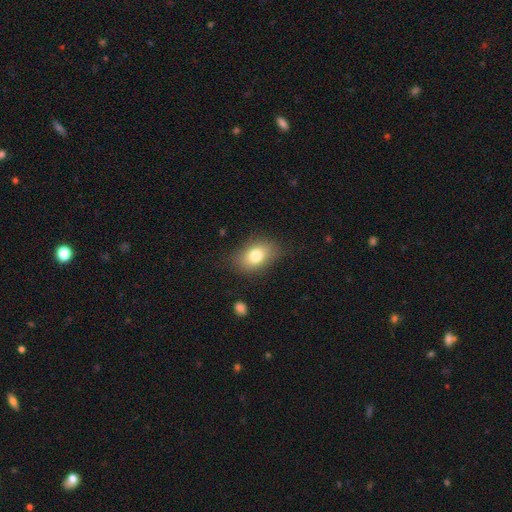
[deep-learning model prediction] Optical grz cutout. It shows a smooth galaxy with no disk features (79%) that is in between round and cigar-shaped (82%). Merging: none (79%).